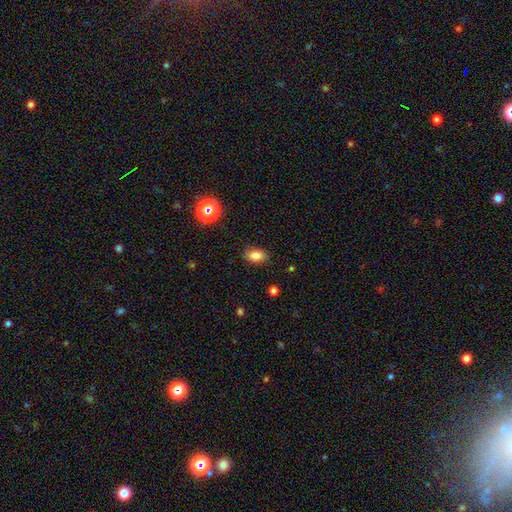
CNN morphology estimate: Smooth or featured?
  - smooth: 82% *
  - star or artifact: 11%
  - featured or disk: 7%
How rounded?
  - in between: 85% *
  - round: 12%
  - cigar-shaped: 3%
Merging?
  - none: 86% *
  - minor disturbance: 10%
  - major disturbance: 2%
  - merger: 1%